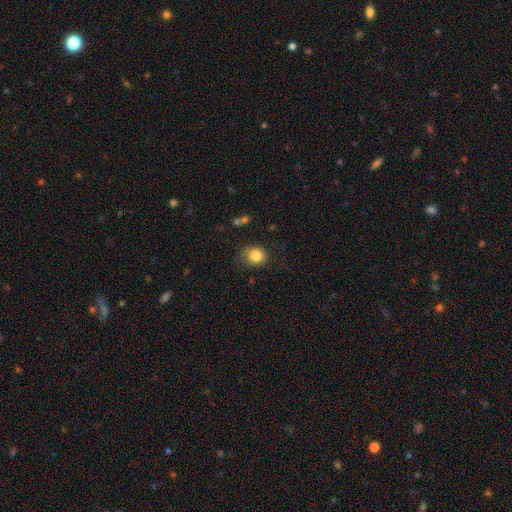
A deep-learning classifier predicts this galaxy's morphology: smooth 83%, star or artifact 10%, featured or disk 7%. Down the decision tree: how rounded — round (73%); merging — none (76%).